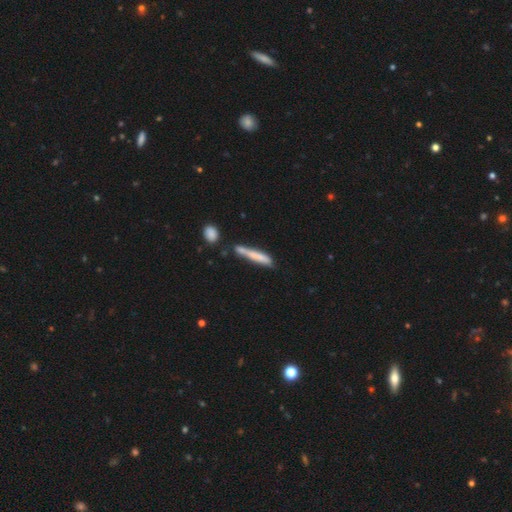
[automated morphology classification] The model was most divided on "smooth or featured": smooth: 65%, featured or disk: 28%, star or artifact: 6%. More confident: how rounded — cigar-shaped (92%); merging — none (59%).